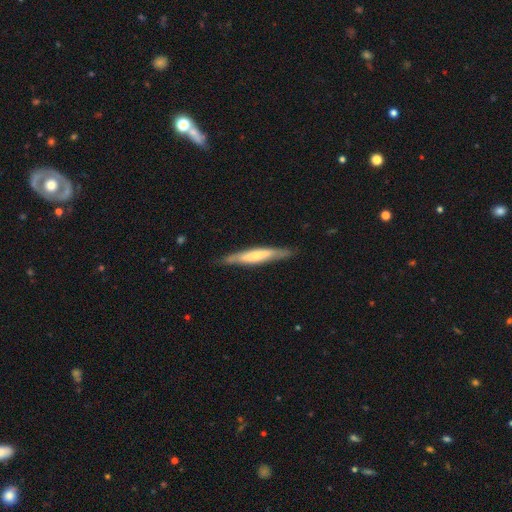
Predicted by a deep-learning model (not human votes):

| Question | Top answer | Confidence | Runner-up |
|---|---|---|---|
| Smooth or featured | featured or disk | 48% | smooth (47%) |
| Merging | none | 85% | minor disturbance (12%) |